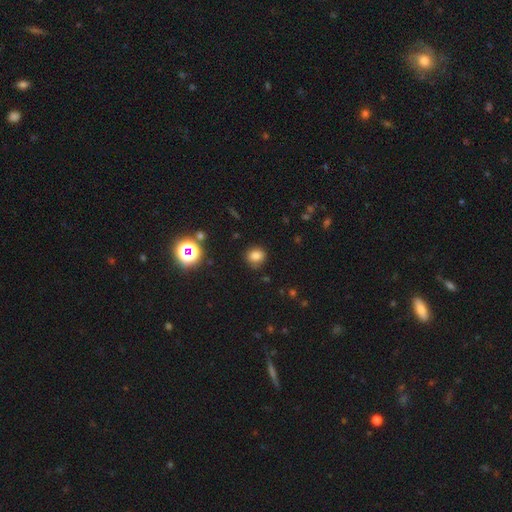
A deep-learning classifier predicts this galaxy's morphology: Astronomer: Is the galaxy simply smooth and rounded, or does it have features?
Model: smooth — 78%.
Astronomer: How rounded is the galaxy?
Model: round — 77%.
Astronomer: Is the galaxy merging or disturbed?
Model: none — 85%.